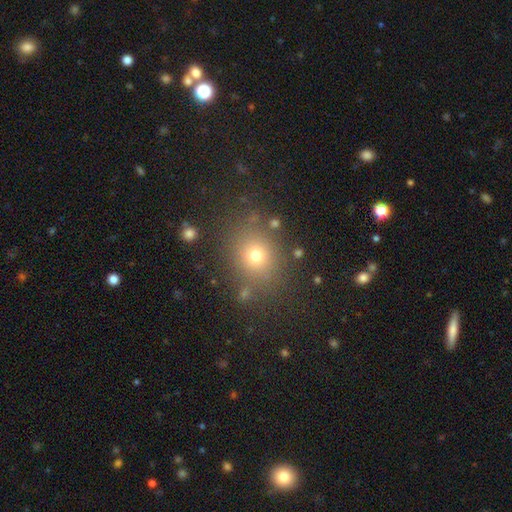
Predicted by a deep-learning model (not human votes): smooth_or_featured: smooth (p=0.71) [alt: star or artifact p=0.19]
how_rounded: round (p=0.74) [alt: in between p=0.25]
merging: none (p=0.81) [alt: minor disturbance p=0.10]